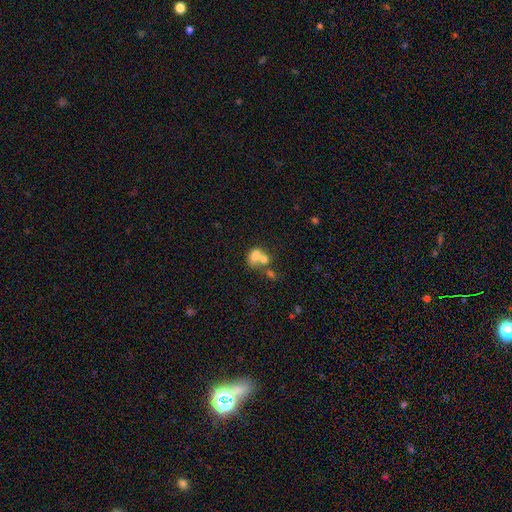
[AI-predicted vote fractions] smooth-or-featured: smooth: 69% | featured or disk: 20% | star or artifact: 11%
  how-rounded: in between: 55% | round: 44% | cigar-shaped: 1%
  merging: merger: 63% | none: 23% | minor disturbance: 8% | major disturbance: 6%